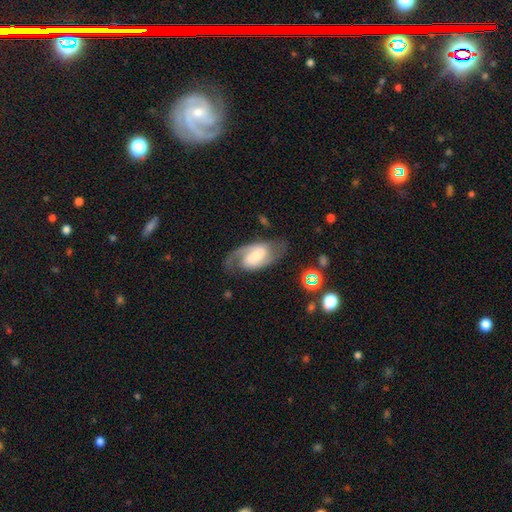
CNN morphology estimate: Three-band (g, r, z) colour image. It shows a featured or disk galaxy (78%) with a weak bar (45%), 2 (82%) medium (51%) spiral arms (94%) and a small central bulge (39%). Merging: none (68%).